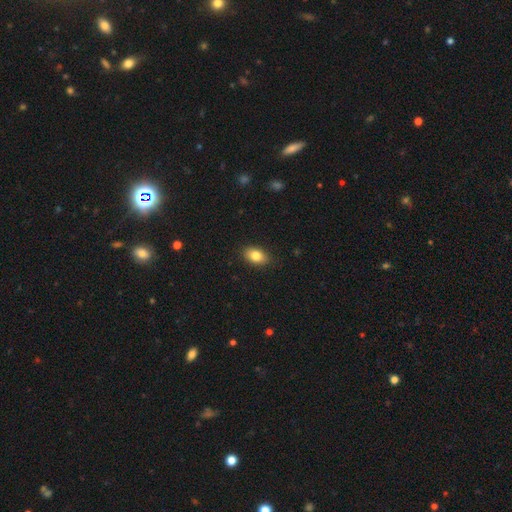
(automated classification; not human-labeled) A smooth galaxy with no disk features (82%) that is in between round and cigar-shaped (86%).

Vote fractions:
- Smooth or featured? smooth: 82% / featured or disk: 10% / star or artifact: 8%
- How rounded? in between: 86% / round: 12% / cigar-shaped: 2%
- Merging? none: 87% / minor disturbance: 10% / major disturbance: 2% / merger: 1%